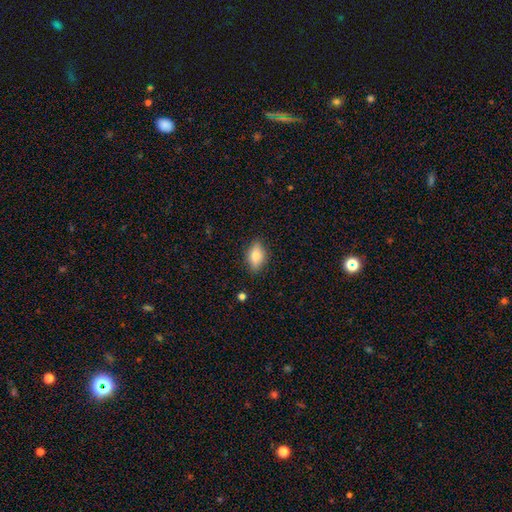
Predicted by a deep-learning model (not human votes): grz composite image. It shows a smooth galaxy with no disk features (72%) that is in between round and cigar-shaped (84%). Merging: none (82%).